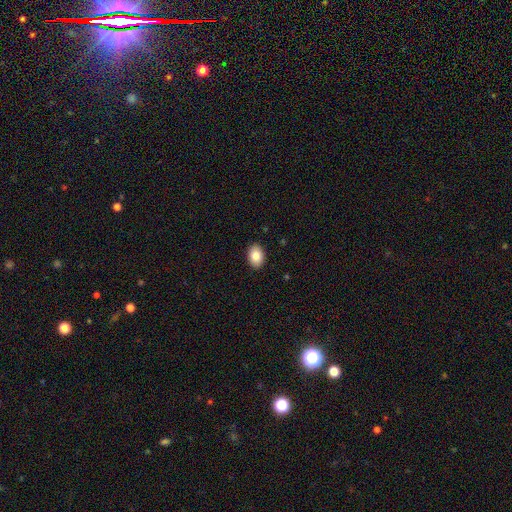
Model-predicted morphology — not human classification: Smooth or featured? smooth (84%)
How rounded? in between (81%)
Merging? none (90%)